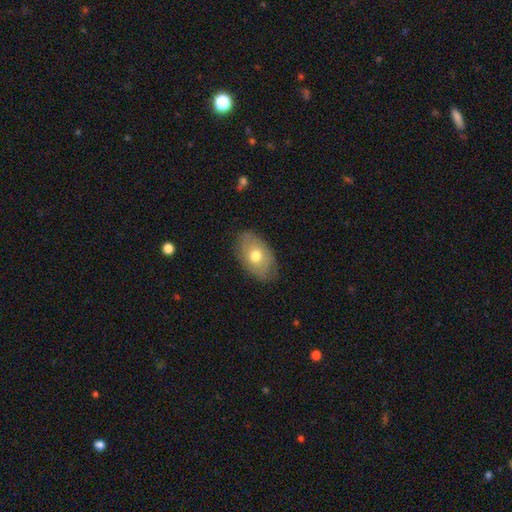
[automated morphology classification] A smooth galaxy with no disk features (66%) that is in between round and cigar-shaped (89%). Merging: none (79%).